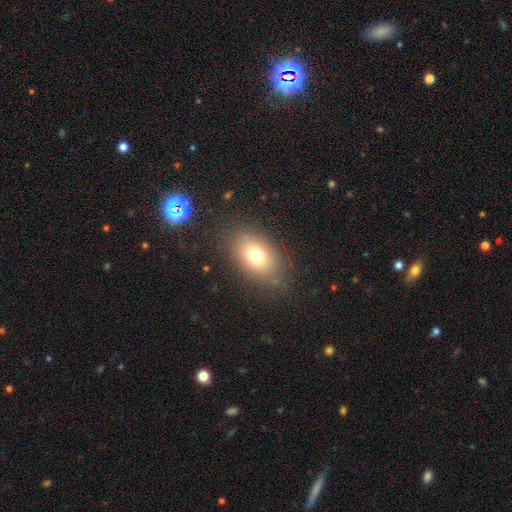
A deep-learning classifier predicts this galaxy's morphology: smooth 75%, featured or disk 13%, star or artifact 12%. Down the decision tree: how rounded — in between (85%); merging — none (80%).